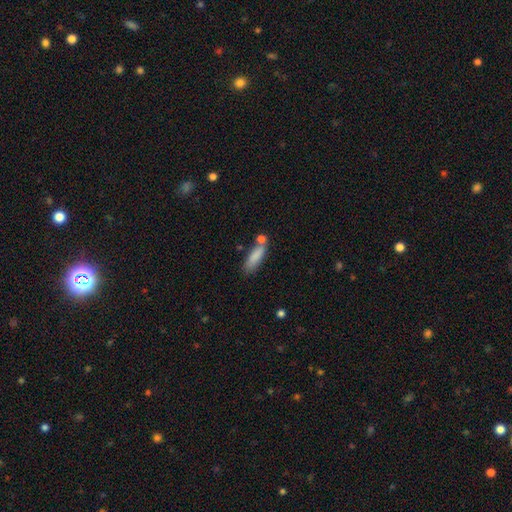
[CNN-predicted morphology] Smooth or featured? smooth (83%)
How rounded? cigar-shaped (53%)
Merging? none (60%)